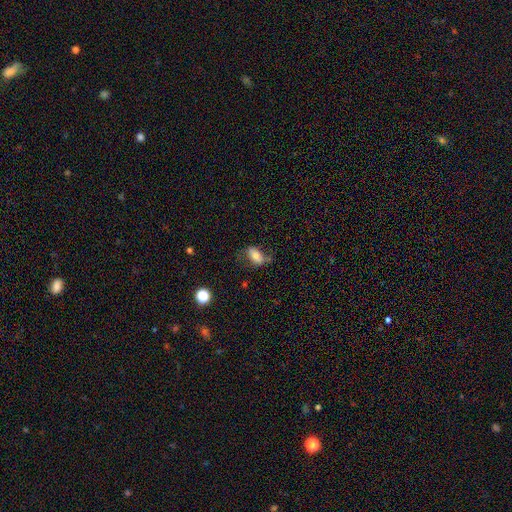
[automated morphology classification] Smooth or featured? smooth (71%)
How rounded? in between (89%)
Merging? none (57%)